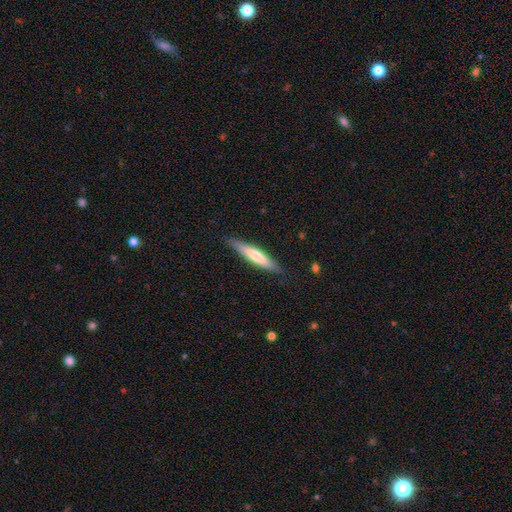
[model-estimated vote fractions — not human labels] Morphology: type=smooth (60%); roundness=cigar-shaped (88%); merging=none (86%).